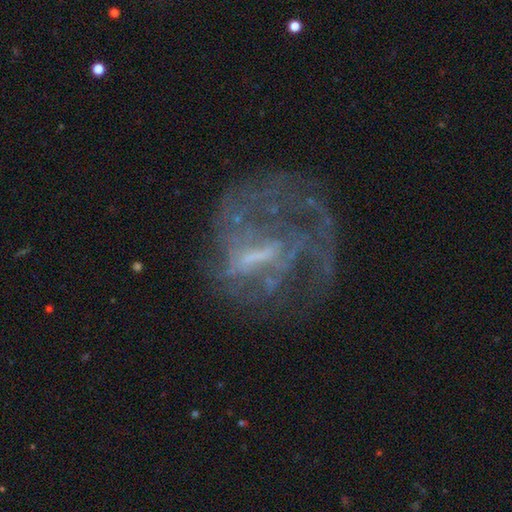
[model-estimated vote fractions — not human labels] Overall: featured or disk (76%). Edge-on disk: no (96%). Bar: weak (44%; no 32%). Spiral arms: yes (60%; no 40%). Bulge size: none (40%; small 32%). Merging: none (41%; major disturbance 40%).